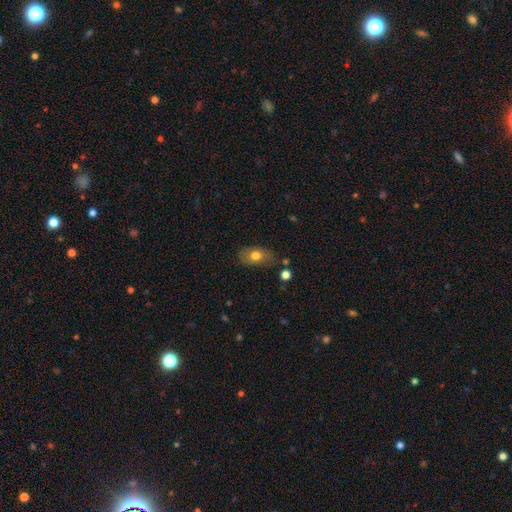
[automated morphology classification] Overall: smooth (74%). How rounded: in between (82%). Merging: none (71%).